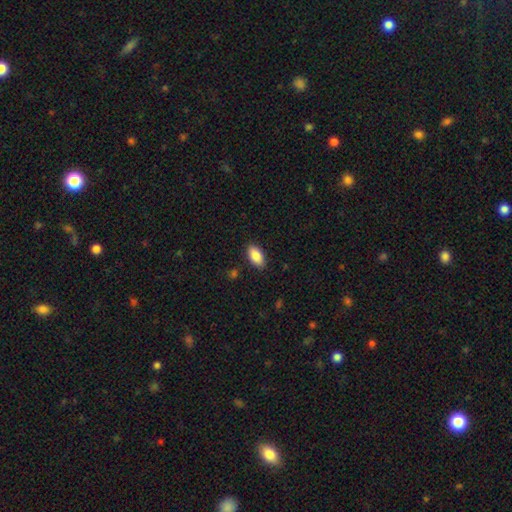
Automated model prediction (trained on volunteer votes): Smooth or featured?
  - smooth: 88% *
  - star or artifact: 7%
  - featured or disk: 6%
How rounded?
  - in between: 93% *
  - cigar-shaped: 4%
  - round: 3%
Merging?
  - none: 87% *
  - minor disturbance: 9%
  - major disturbance: 2%
  - merger: 1%